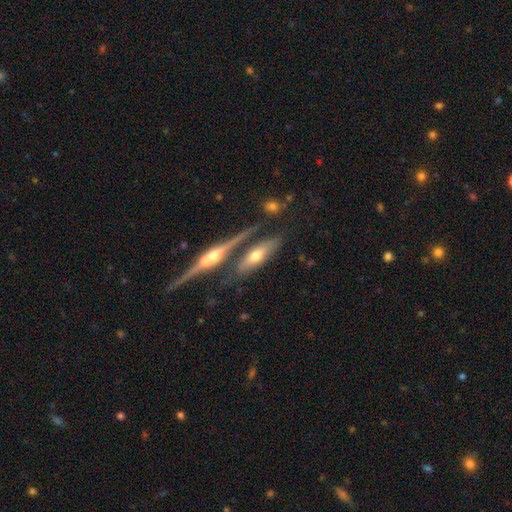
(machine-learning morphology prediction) This is possibly a featured or disk galaxy (48%). Merging: possibly none (56%).